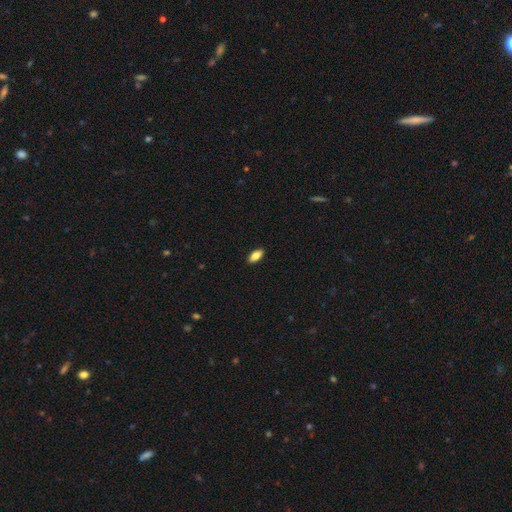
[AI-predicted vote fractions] Smooth or featured?
  - smooth: 80% *
  - featured or disk: 13%
  - star or artifact: 7%
How rounded?
  - in between: 88% *
  - cigar-shaped: 10%
  - round: 3%
Merging?
  - none: 90% *
  - minor disturbance: 7%
  - major disturbance: 2%
  - merger: 1%